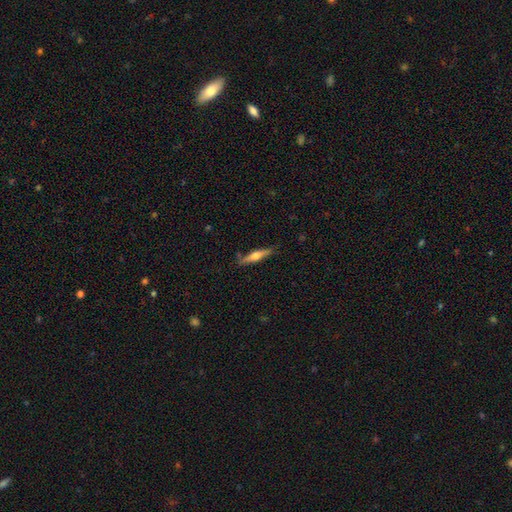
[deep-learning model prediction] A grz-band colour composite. It shows a featured or disk galaxy (58%) viewed edge-on (95%) with a rounded central bulge (92%). Merging: none (84%).